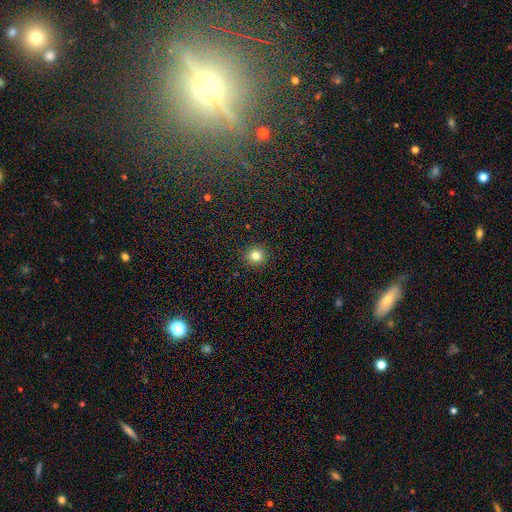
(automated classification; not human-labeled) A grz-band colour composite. It shows a smooth galaxy with no disk features (81%) that is round (94%). Merging: none (92%).